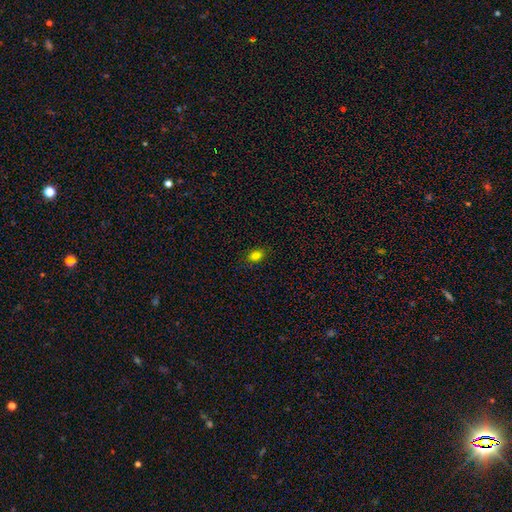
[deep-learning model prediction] Overall: smooth (82%). How rounded: in between (77%). Merging: none (86%).